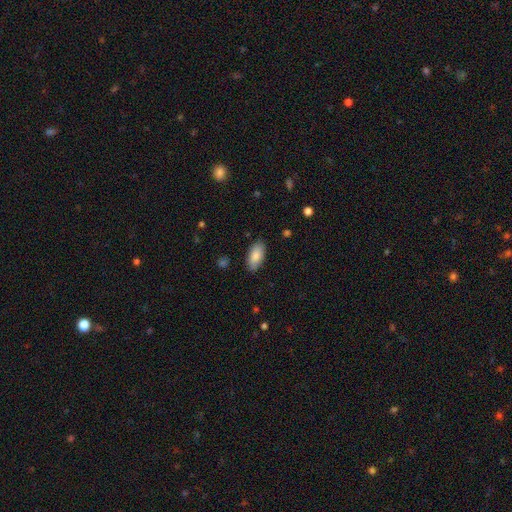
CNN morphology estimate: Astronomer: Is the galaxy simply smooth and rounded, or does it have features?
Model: smooth — 85%.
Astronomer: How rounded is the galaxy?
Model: in between — 92%.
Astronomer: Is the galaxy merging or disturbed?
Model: none — 86%.